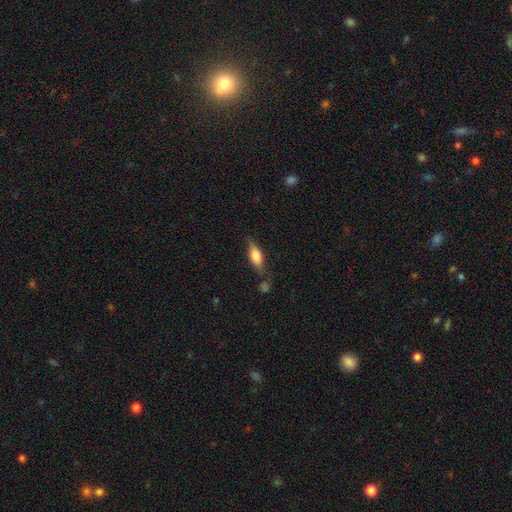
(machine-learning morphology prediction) The model was most divided on "merging": none: 61%, minor disturbance: 24%, major disturbance: 8%, merger: 6%. More confident: how rounded — in between (72%); smooth or featured — smooth (67%).